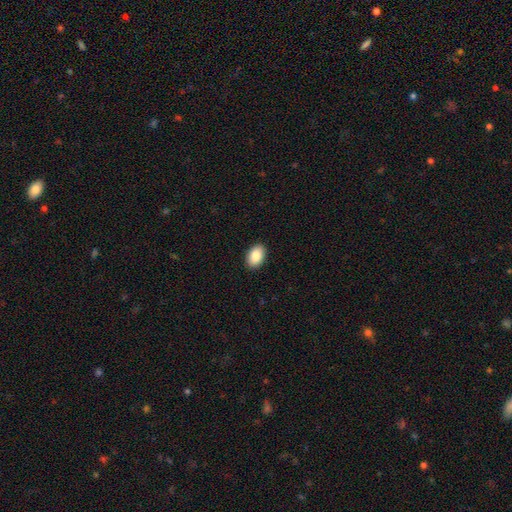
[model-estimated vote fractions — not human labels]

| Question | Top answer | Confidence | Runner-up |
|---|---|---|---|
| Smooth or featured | smooth | 87% | star or artifact (7%) |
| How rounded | in between | 88% | round (11%) |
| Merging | none | 91% | minor disturbance (7%) |